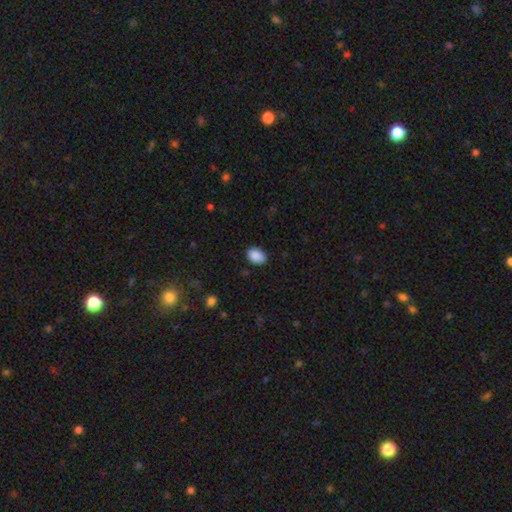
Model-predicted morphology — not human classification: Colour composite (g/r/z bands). It shows a smooth galaxy with no disk features (89%) that is in between round and cigar-shaped (80%). Merging: none (85%).